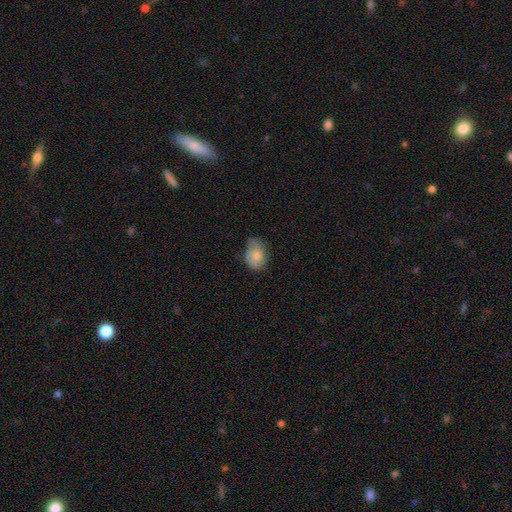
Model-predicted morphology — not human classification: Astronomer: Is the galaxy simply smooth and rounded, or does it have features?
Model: smooth — 72%.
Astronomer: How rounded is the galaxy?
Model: in between — 77%.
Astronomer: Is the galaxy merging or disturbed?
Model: none — 45% (runner-up: minor disturbance, 41%).